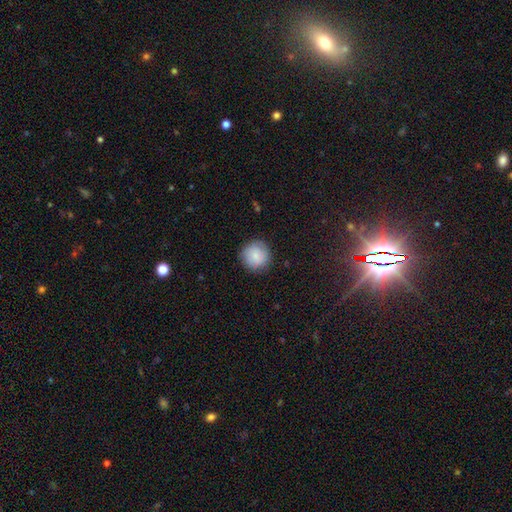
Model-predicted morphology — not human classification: smooth_or_featured: smooth (p=0.83) [alt: featured or disk p=0.10]
how_rounded: round (p=0.94) [alt: in between p=0.05]
merging: none (p=0.85) [alt: minor disturbance p=0.11]